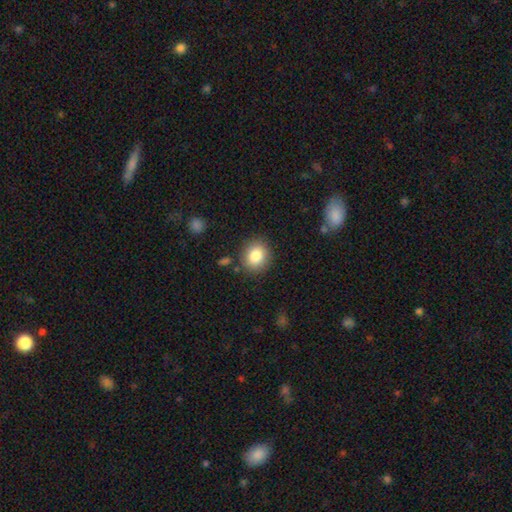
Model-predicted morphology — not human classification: Smooth or featured: smooth — 84% (star or artifact — 9%)
How rounded: round — 74% (in between — 25%)
Merging: none — 85% (minor disturbance — 9%)